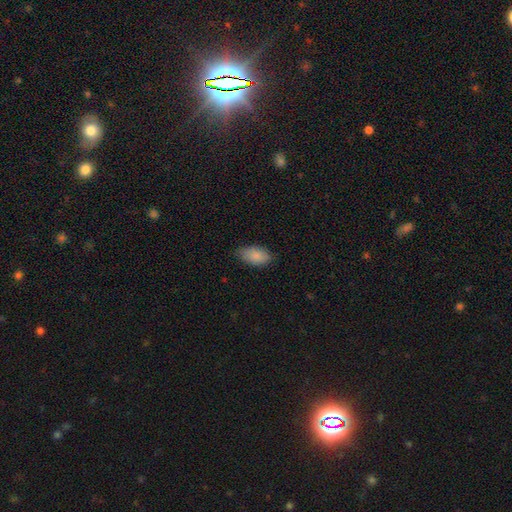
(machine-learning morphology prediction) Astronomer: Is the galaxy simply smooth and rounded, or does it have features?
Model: smooth — 87%.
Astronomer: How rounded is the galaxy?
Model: in between — 94%.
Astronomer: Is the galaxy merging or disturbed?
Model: none — 80%.